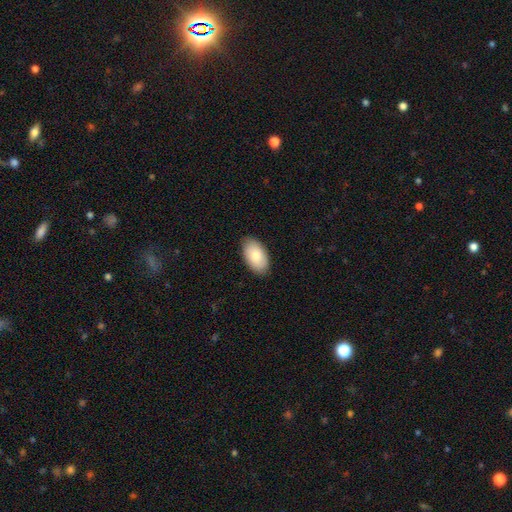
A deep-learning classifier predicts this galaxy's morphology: This appears to be a smooth galaxy with no disk features (82%) that is in between round and cigar-shaped (95%). Merging: none (87%).